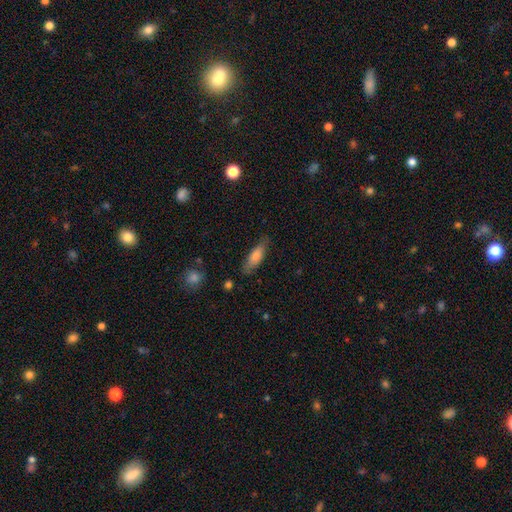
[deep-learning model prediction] smooth-or-featured: smooth: 75% | featured or disk: 18% | star or artifact: 7%
  how-rounded: in between: 56% | cigar-shaped: 42% | round: 2%
  merging: none: 76% | minor disturbance: 19% | major disturbance: 4% | merger: 2%